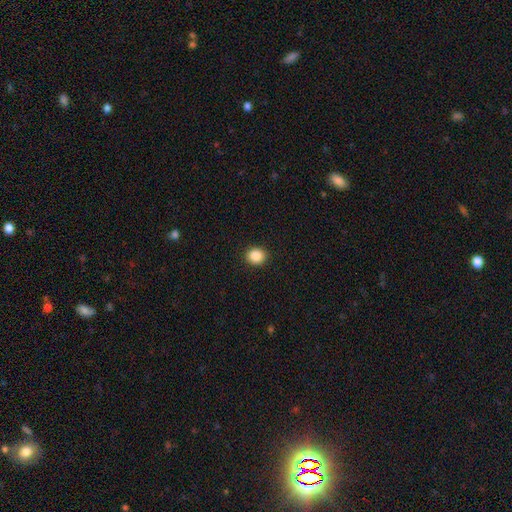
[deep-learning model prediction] This appears to be a smooth galaxy with no disk features (88%) that is round (80%). Merging: none (92%).